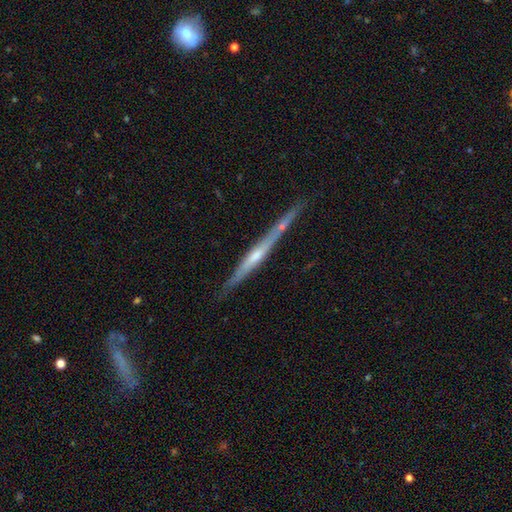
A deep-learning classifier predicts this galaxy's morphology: This is likely a featured or disk galaxy (75%). It is clearly viewed edge-on (97%). Edge-on bulge: possibly rounded (54%). Merging: clearly none (84%).